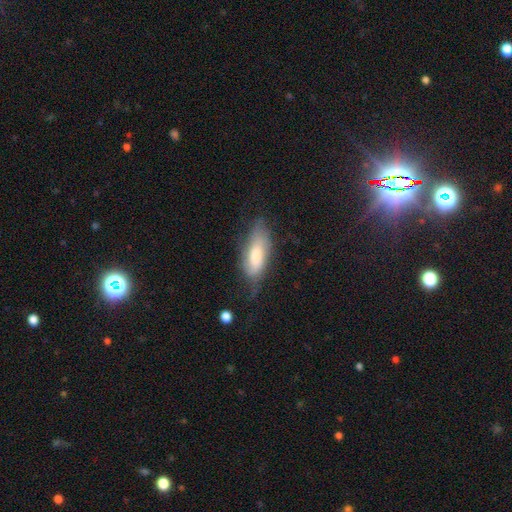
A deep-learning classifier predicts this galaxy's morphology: Q: Smooth or featured?
A: smooth (66%); runner-up: featured or disk (27%)
Q: How rounded?
A: in between (76%); runner-up: cigar-shaped (21%)
Q: Merging?
A: none (52%); runner-up: minor disturbance (32%)